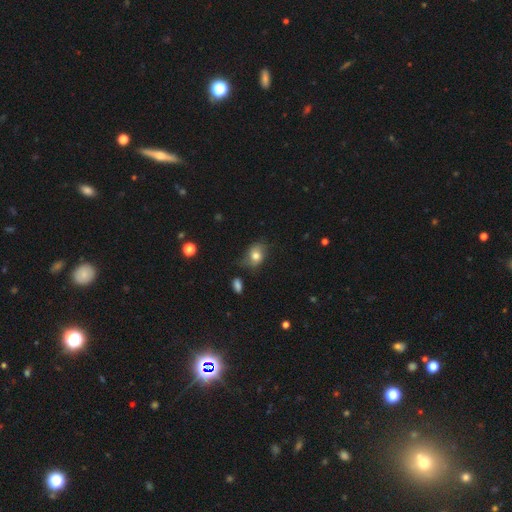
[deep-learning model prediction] Morphology: type=smooth (71%); roundness=in between (67%); merging=none (59%).